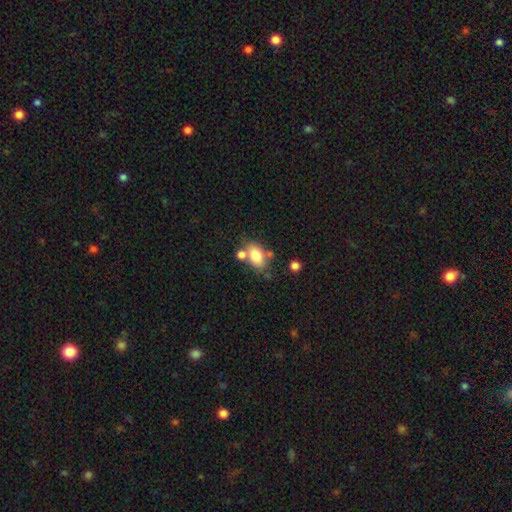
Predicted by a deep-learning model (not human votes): This is likely a smooth galaxy (77%). How rounded: clearly in between (83%). Merging: possibly none (53%).